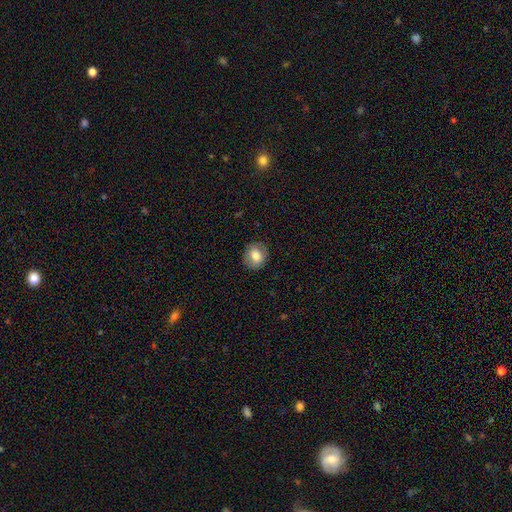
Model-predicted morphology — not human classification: The model was most divided on "how rounded": round: 72%, in between: 27%, cigar-shaped: 1%. More confident: merging — none (87%); smooth or featured — smooth (77%).